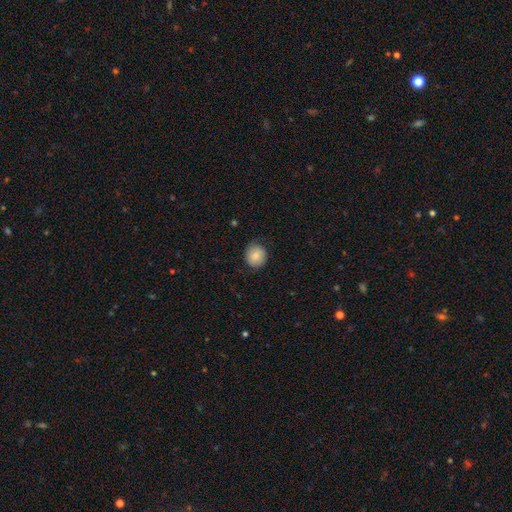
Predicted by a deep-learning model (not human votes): Smooth or featured: smooth — 81% (featured or disk — 12%)
How rounded: round — 81% (in between — 18%)
Merging: none — 76% (minor disturbance — 19%)